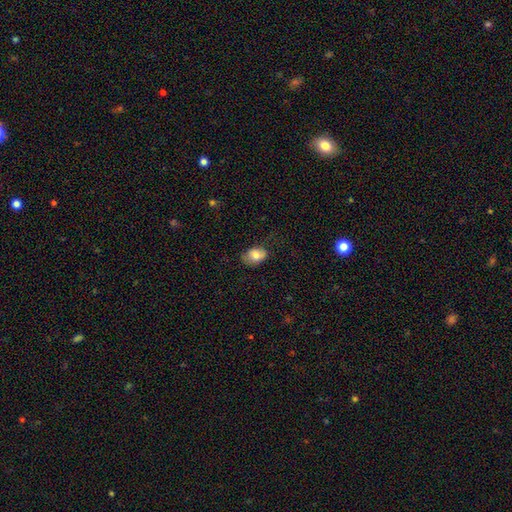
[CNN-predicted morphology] Smooth or featured?
  - smooth: 78% *
  - featured or disk: 14%
  - star or artifact: 8%
How rounded?
  - in between: 78% *
  - round: 21%
  - cigar-shaped: 1%
Merging?
  - none: 61% *
  - minor disturbance: 28%
  - major disturbance: 10%
  - merger: 1%